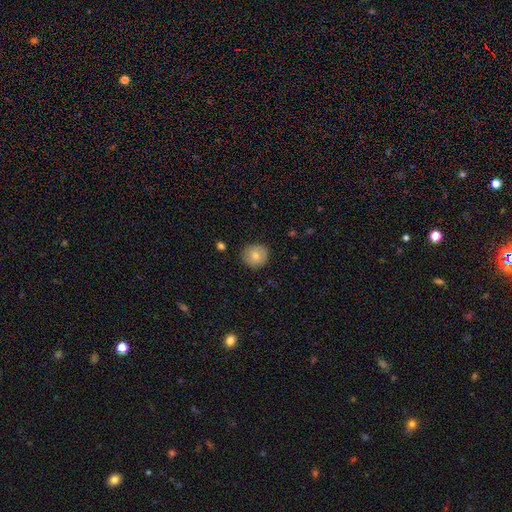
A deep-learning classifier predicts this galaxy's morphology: Smooth or featured? Predicted: smooth (p=0.76). How rounded? Predicted: round (p=0.92). Merging? Predicted: none (p=0.87).